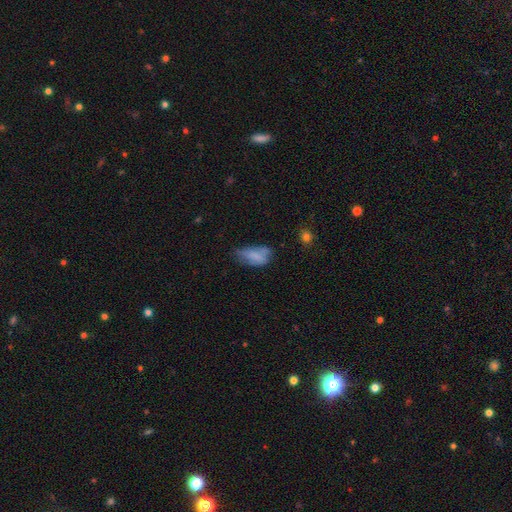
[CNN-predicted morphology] The model was most divided on "merging": minor disturbance: 40%, none: 33%, major disturbance: 22%, merger: 4%. More confident: how rounded — in between (89%); smooth or featured — smooth (70%).